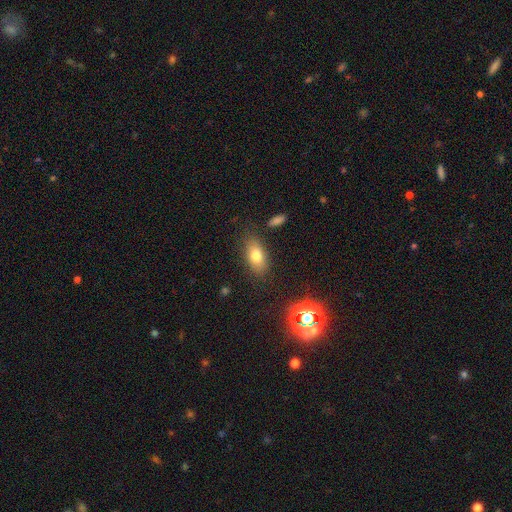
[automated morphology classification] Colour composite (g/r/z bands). It shows a smooth galaxy with no disk features (75%) that is in between round and cigar-shaped (86%). Merging: none (81%).